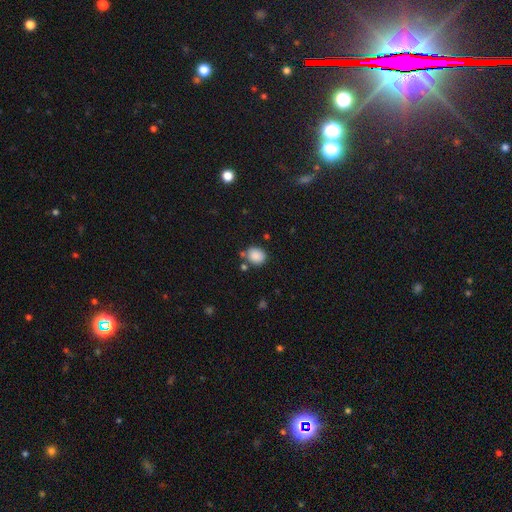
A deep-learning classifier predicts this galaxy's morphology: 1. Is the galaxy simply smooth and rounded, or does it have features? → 87% smooth, 9% star or artifact, 4% featured or disk.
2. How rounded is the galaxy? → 68% round, 31% in between, 1% cigar-shaped.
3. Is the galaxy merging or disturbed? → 72% none, 14% minor disturbance, 9% merger, 4% major disturbance.